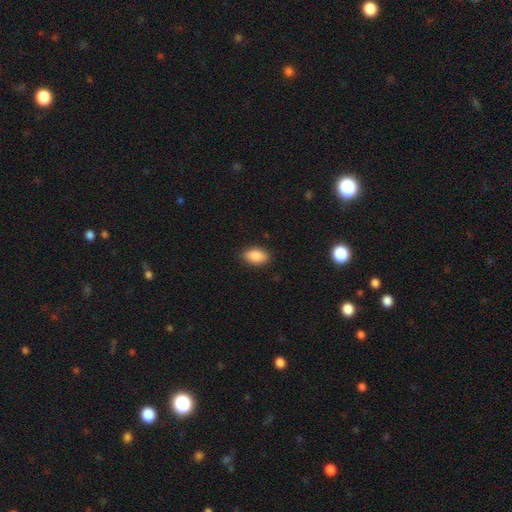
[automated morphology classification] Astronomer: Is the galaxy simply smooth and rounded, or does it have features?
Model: smooth — 88%.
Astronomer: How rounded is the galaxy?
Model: in between — 91%.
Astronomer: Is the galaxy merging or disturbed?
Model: none — 87%.